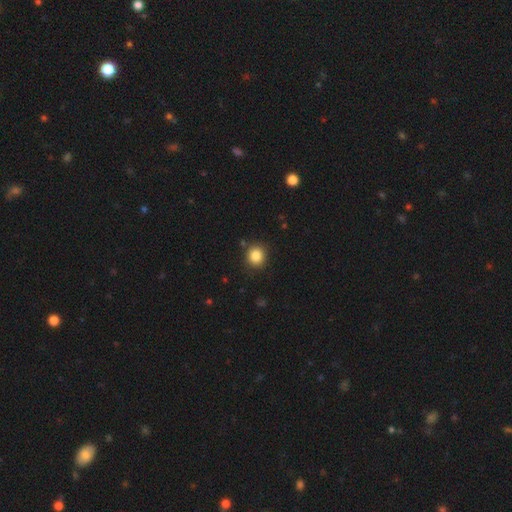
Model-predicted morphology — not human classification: Smooth or featured? Predicted: smooth (p=0.85). How rounded? Predicted: round (p=0.86). Merging? Predicted: none (p=0.88).